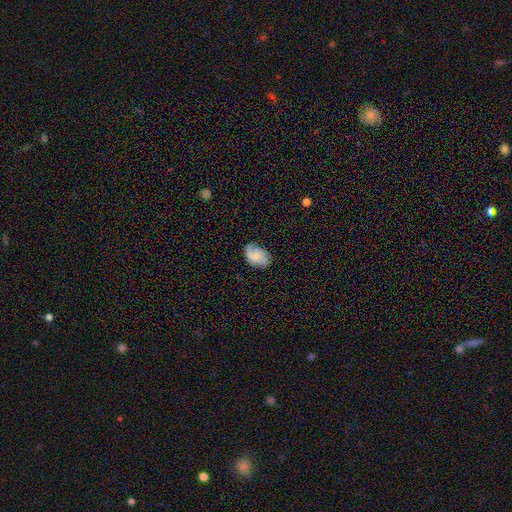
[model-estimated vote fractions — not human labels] A smooth galaxy with no disk features (63%) that is in between round and cigar-shaped (84%).

Vote fractions:
- Smooth or featured? smooth: 63% / featured or disk: 29% / star or artifact: 8%
- How rounded? in between: 84% / round: 14% / cigar-shaped: 1%
- Merging? none: 65% / minor disturbance: 26% / major disturbance: 7% / merger: 1%